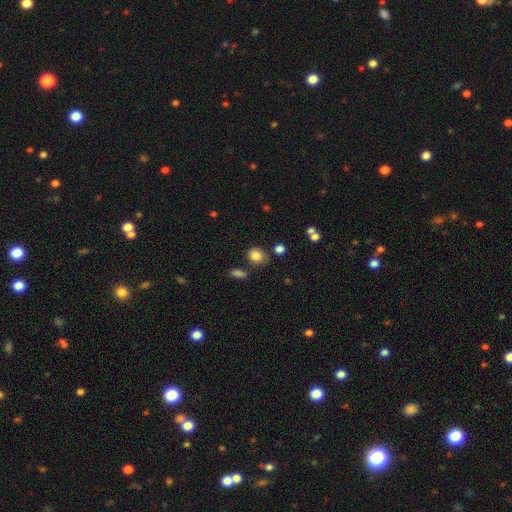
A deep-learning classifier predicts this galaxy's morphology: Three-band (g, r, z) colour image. It shows a smooth galaxy with no disk features (84%) that is round (65%). Merging: none (69%).